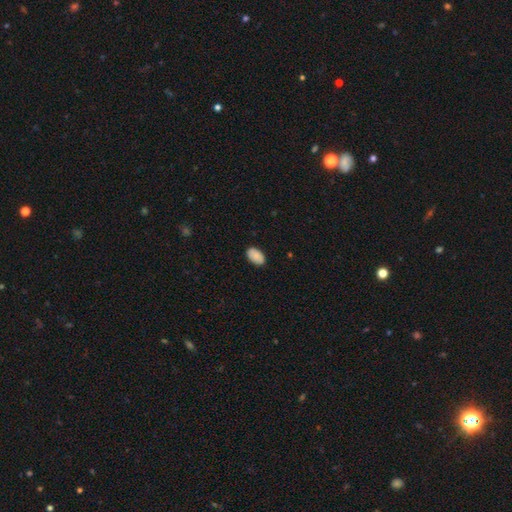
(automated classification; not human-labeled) Overall: smooth (86%). How rounded: in between (92%). Merging: none (85%).